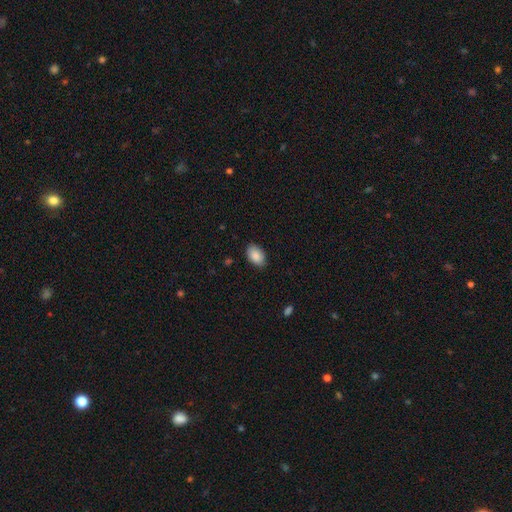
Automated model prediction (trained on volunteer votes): Smooth or featured?
  - smooth: 88% *
  - star or artifact: 7%
  - featured or disk: 5%
How rounded?
  - in between: 90% *
  - round: 9%
  - cigar-shaped: 1%
Merging?
  - none: 85% *
  - minor disturbance: 12%
  - major disturbance: 2%
  - merger: 1%